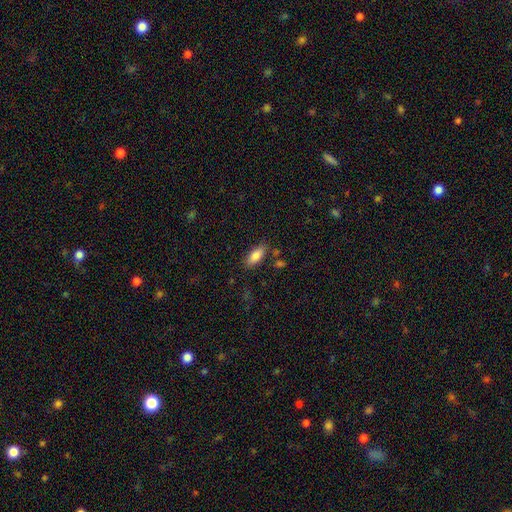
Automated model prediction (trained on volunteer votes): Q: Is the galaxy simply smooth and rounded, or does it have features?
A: smooth — 83%.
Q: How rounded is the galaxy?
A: in between — 82%.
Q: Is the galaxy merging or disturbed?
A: none — 82%.